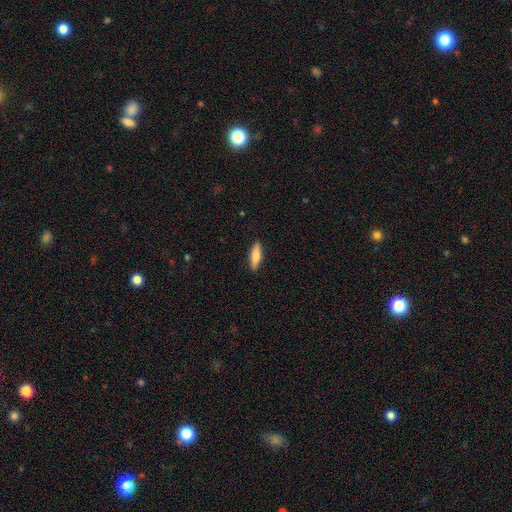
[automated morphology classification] Smooth or featured?
  - smooth: 80% *
  - featured or disk: 14%
  - star or artifact: 6%
How rounded?
  - cigar-shaped: 55% *
  - in between: 43%
  - round: 2%
Merging?
  - none: 89% *
  - minor disturbance: 8%
  - major disturbance: 2%
  - merger: 1%